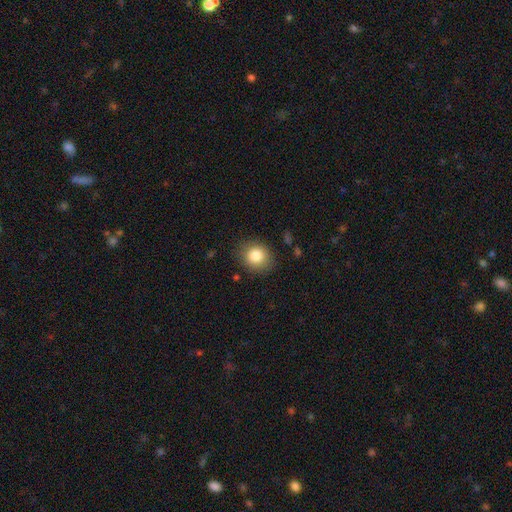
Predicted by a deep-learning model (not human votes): Morphology: type=smooth (84%); roundness=round (70%); merging=none (85%).